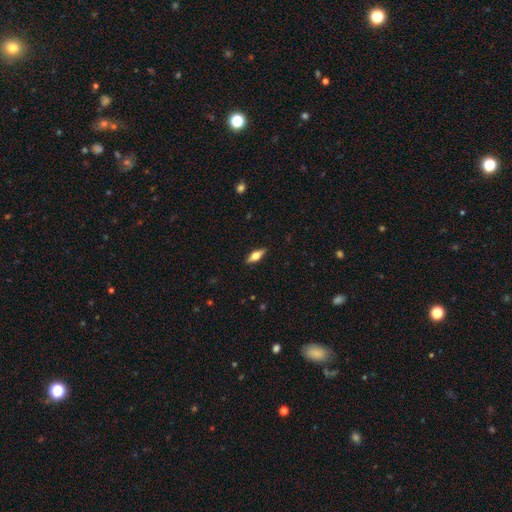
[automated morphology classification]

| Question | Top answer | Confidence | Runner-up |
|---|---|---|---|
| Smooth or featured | featured or disk | 51% | smooth (42%) |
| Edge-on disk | yes | 93% | no (7%) |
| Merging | none | 89% | minor disturbance (8%) |